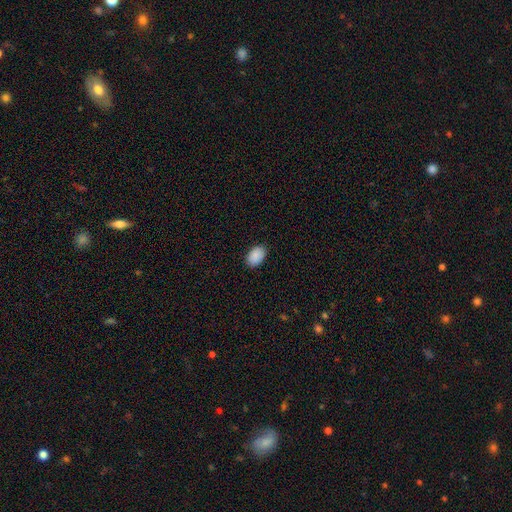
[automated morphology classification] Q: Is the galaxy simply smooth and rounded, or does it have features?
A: smooth — 90%.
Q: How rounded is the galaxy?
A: in between — 89%.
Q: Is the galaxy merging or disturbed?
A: none — 88%.